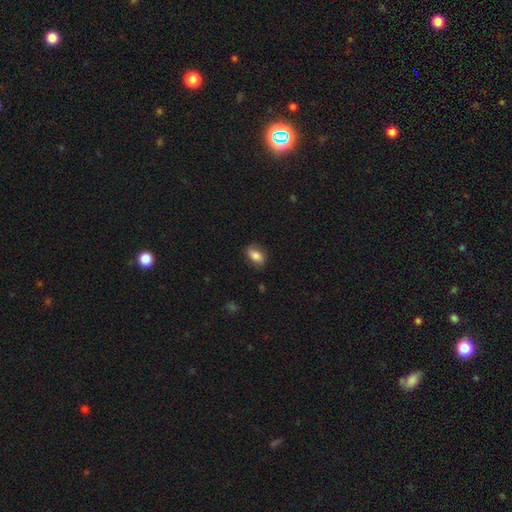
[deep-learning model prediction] A smooth galaxy with no disk features (82%) that is in between round and cigar-shaped (88%). Merging: none (80%).